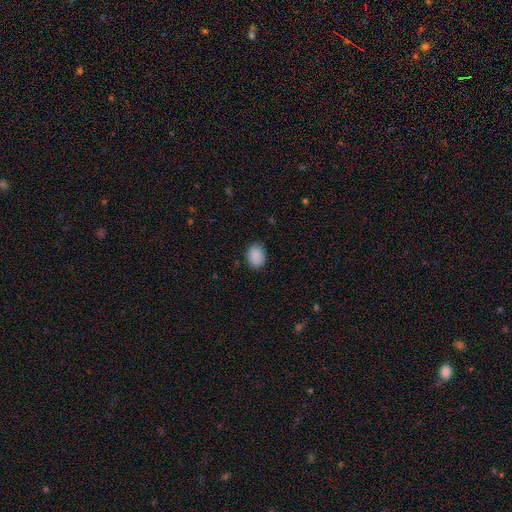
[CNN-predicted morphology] A smooth galaxy with no disk features (89%) that is in between round and cigar-shaped (61%). Merging: none (82%).